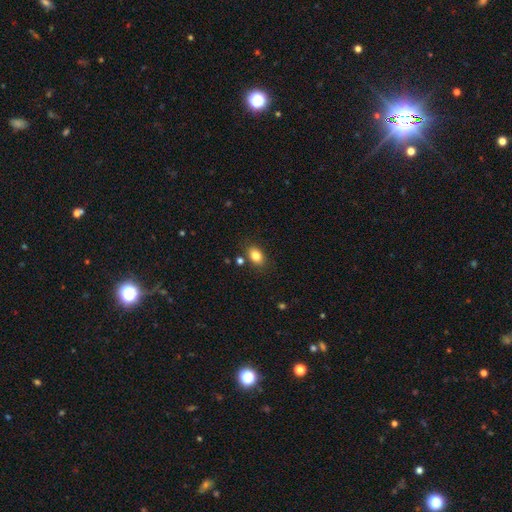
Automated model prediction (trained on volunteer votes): Smooth or featured?
  - smooth: 83% *
  - star or artifact: 9%
  - featured or disk: 8%
How rounded?
  - in between: 79% *
  - round: 20%
  - cigar-shaped: 1%
Merging?
  - none: 81% *
  - minor disturbance: 11%
  - merger: 5%
  - major disturbance: 3%